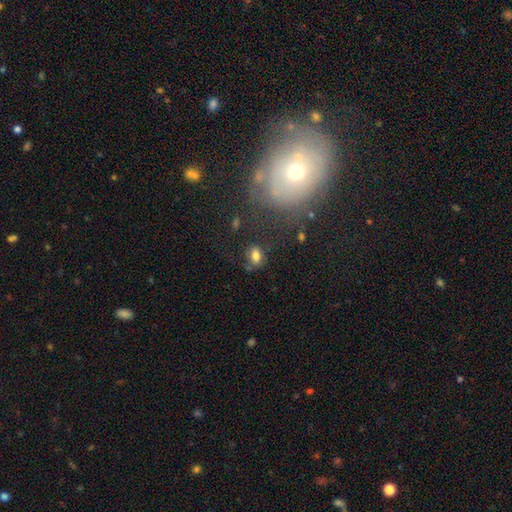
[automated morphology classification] The model was most divided on "merging": none: 63%, minor disturbance: 20%, major disturbance: 9%, merger: 7%. More confident: smooth or featured — smooth (76%); how rounded — in between (76%).